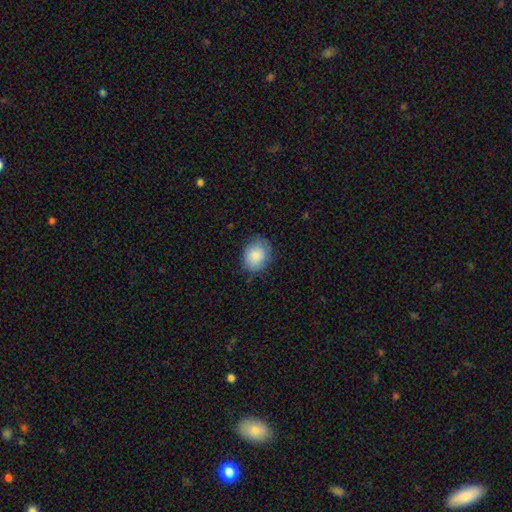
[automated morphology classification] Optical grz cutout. It shows a smooth galaxy with no disk features (86%) that is round (51%). Merging: none (76%).